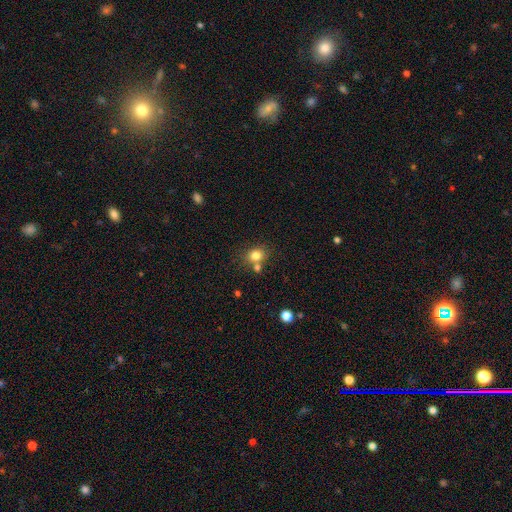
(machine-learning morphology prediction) The model was most divided on "how rounded": round: 64%, in between: 36%, cigar-shaped: 1%. More confident: smooth or featured — smooth (79%); merging — none (61%).